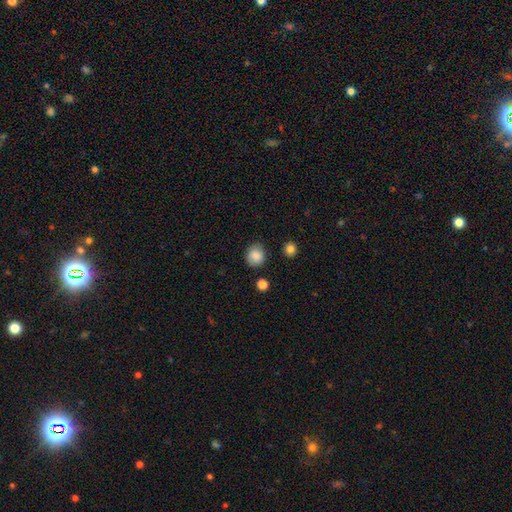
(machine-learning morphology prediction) Smooth or featured: smooth — 86% (star or artifact — 9%)
How rounded: round — 75% (in between — 24%)
Merging: none — 82% (minor disturbance — 13%)